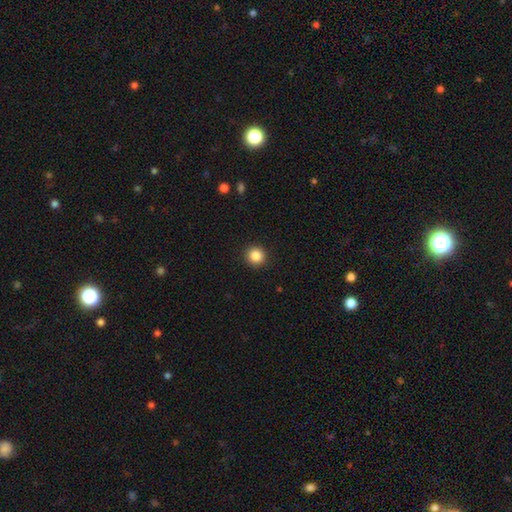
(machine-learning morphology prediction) Q: Smooth or featured?
A: smooth (85%); runner-up: star or artifact (10%)
Q: How rounded?
A: round (95%); runner-up: in between (4%)
Q: Merging?
A: none (93%); runner-up: minor disturbance (5%)